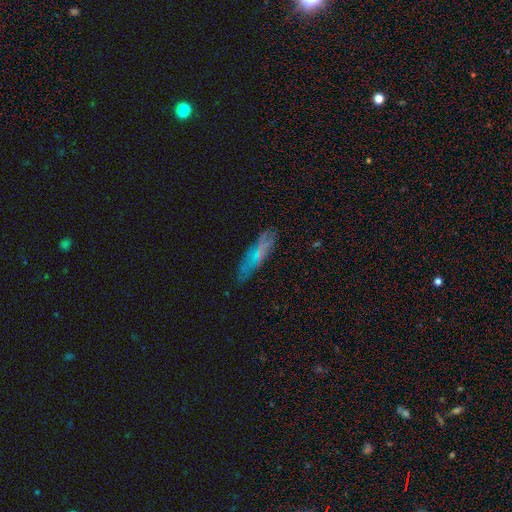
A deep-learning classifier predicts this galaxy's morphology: smooth-or-featured: smooth: 49% | featured or disk: 41% | star or artifact: 10%
  merging: none: 70% | minor disturbance: 21% | major disturbance: 7% | merger: 2%